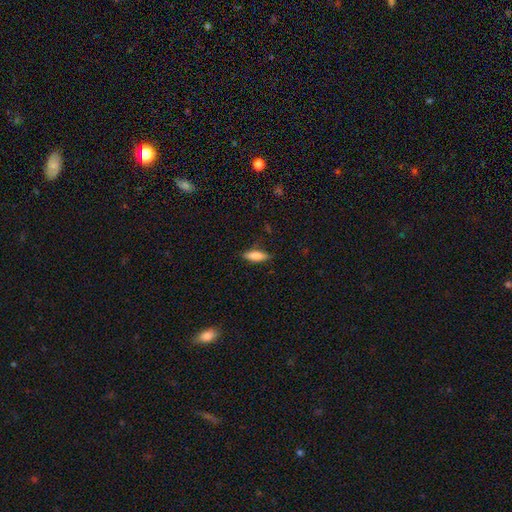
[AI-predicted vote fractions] Smooth or featured? smooth (82%)
How rounded? in between (59%)
Merging? none (80%)